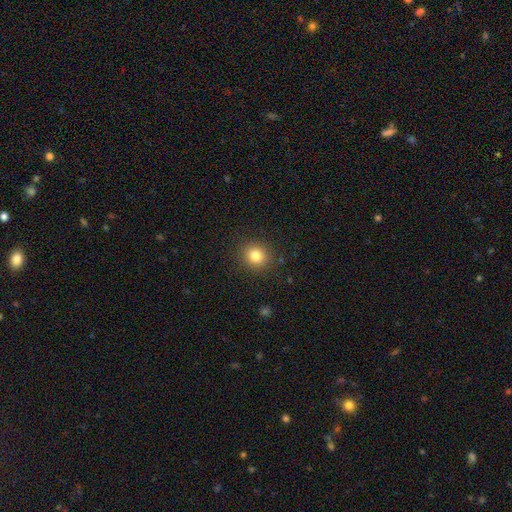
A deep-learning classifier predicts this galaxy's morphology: Overall: smooth (81%). How rounded: round (88%). Merging: none (89%).